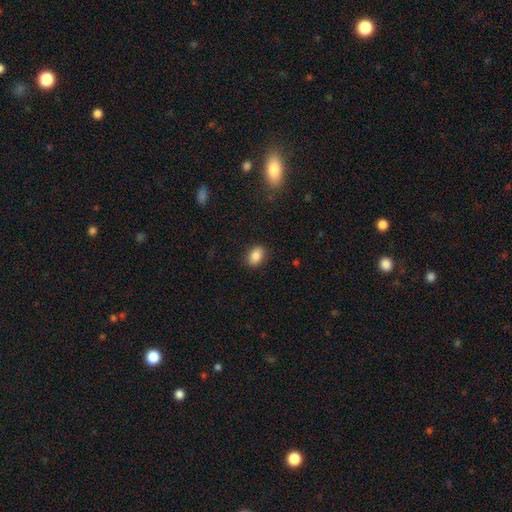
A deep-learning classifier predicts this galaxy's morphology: Smooth or featured? Predicted: smooth (p=0.87). How rounded? Predicted: in between (p=0.76). Merging? Predicted: none (p=0.88).